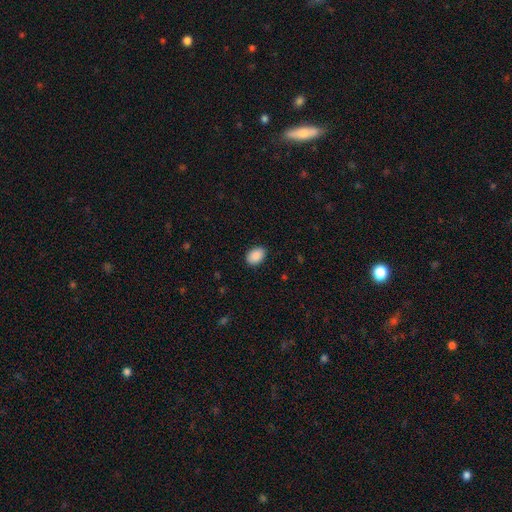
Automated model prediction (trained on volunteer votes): Smooth or featured?
  - smooth: 90% *
  - star or artifact: 7%
  - featured or disk: 3%
How rounded?
  - in between: 84% *
  - round: 15%
  - cigar-shaped: 1%
Merging?
  - none: 89% *
  - minor disturbance: 8%
  - major disturbance: 2%
  - merger: 1%